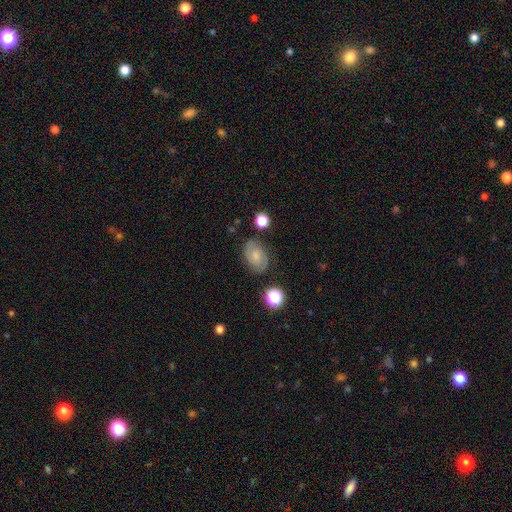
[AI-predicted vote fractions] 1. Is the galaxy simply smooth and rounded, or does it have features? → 47% featured or disk, 41% smooth, 12% star or artifact.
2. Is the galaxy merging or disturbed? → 77% none, 16% minor disturbance, 5% major disturbance, 2% merger.